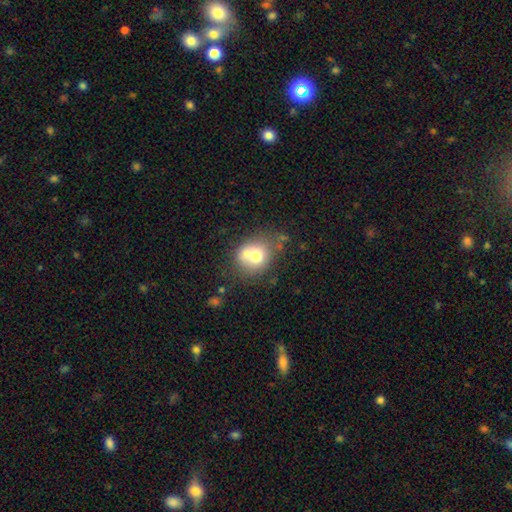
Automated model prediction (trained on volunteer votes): A smooth galaxy with no disk features (66%) that is round (71%). Merging: merger (43%).